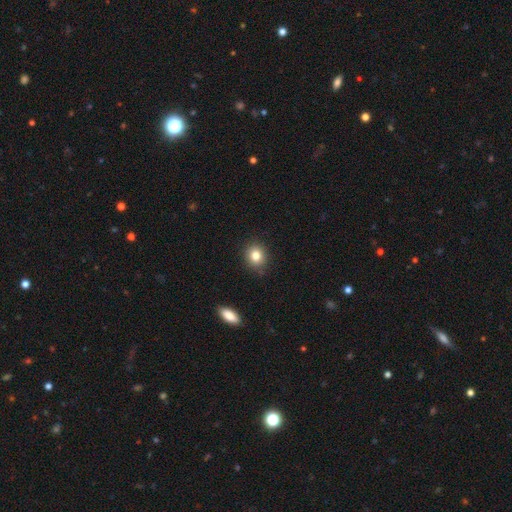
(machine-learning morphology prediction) Q: Smooth or featured?
A: smooth (81%); runner-up: star or artifact (11%)
Q: How rounded?
A: round (76%); runner-up: in between (23%)
Q: Merging?
A: none (87%); runner-up: minor disturbance (10%)